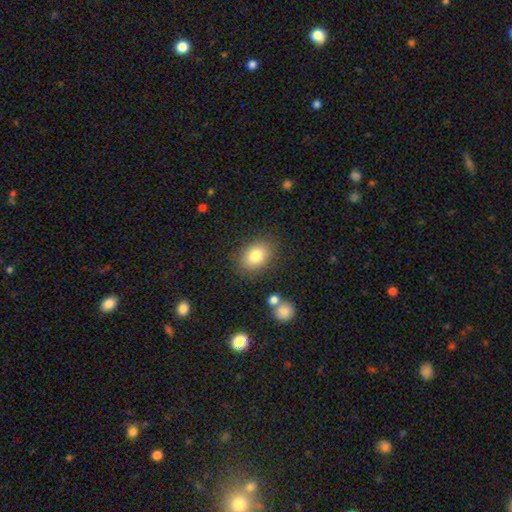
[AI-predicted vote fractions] Smooth or featured: smooth — 81% (featured or disk — 10%)
How rounded: in between — 69% (round — 30%)
Merging: none — 82% (minor disturbance — 11%)